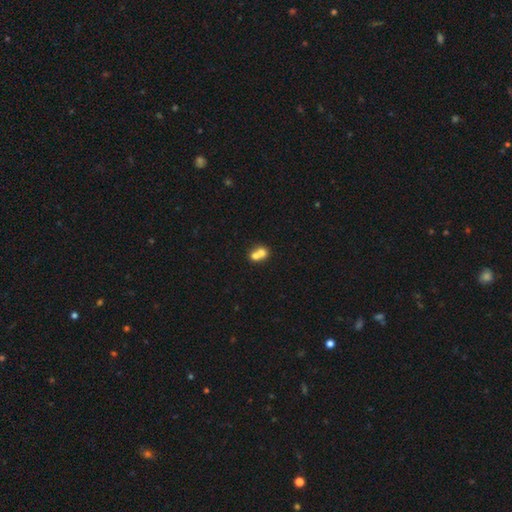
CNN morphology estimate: A smooth galaxy with no disk features (68%) that is round (69%). Merging: merger (69%).